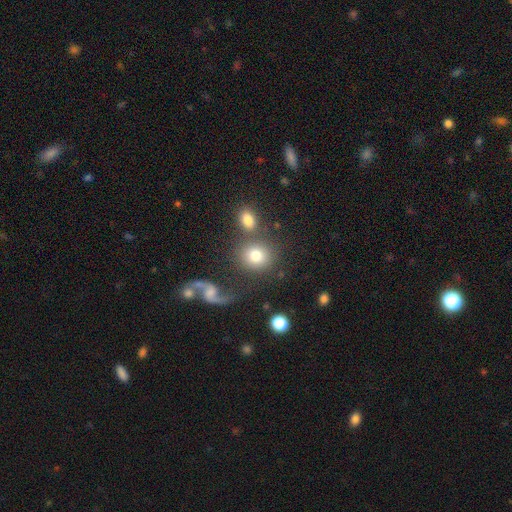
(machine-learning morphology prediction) type=smooth (75%); roundness=round (82%); merging=none (66%).